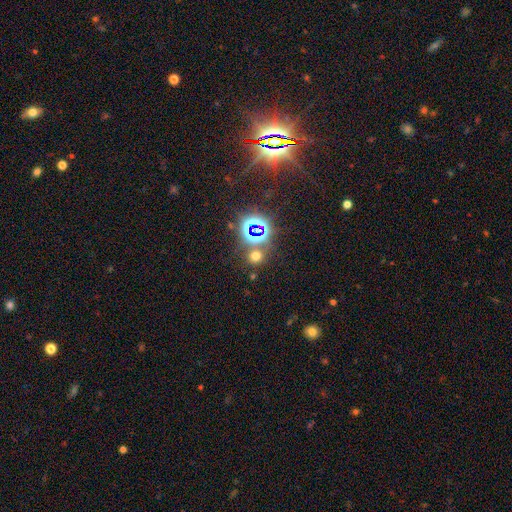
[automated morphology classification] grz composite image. It shows a smooth galaxy with no disk features (52%) that is round (85%). Merging: none (77%).